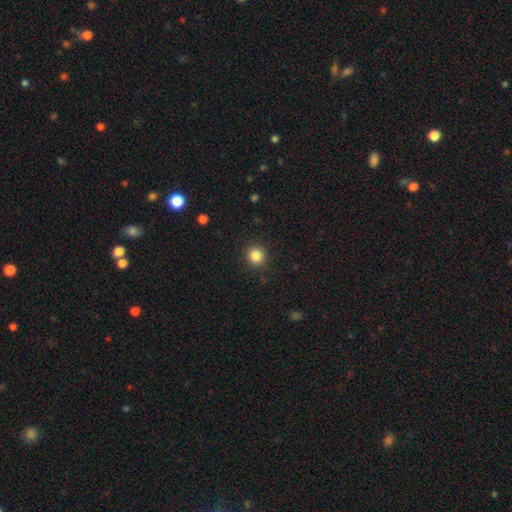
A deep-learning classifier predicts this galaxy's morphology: smooth 85%, star or artifact 11%, featured or disk 4%. Down the decision tree: how rounded — round (90%); merging — none (90%).